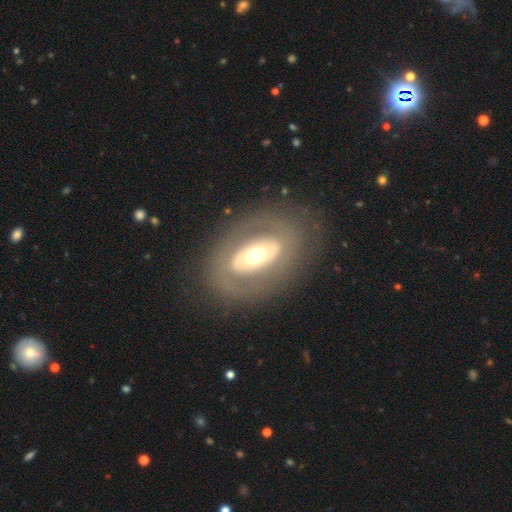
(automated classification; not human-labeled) A featured or disk galaxy (61%) with no bar (64%), no spiral arms (84%) and a moderate central bulge (62%).

Vote fractions:
- Smooth or featured? featured or disk: 61% / smooth: 33% / star or artifact: 7%
- Edge-on disk? no: 91% / yes: 9%
- Bar? no: 64% / strong: 20% / weak: 17%
- Spiral arms? no: 84% / yes: 16%
- Bulge size? moderate: 62% / large: 24% / small: 10% / dominant: 4% / none: 1%
- Merging? none: 78% / minor disturbance: 12% / major disturbance: 9% / merger: 1%